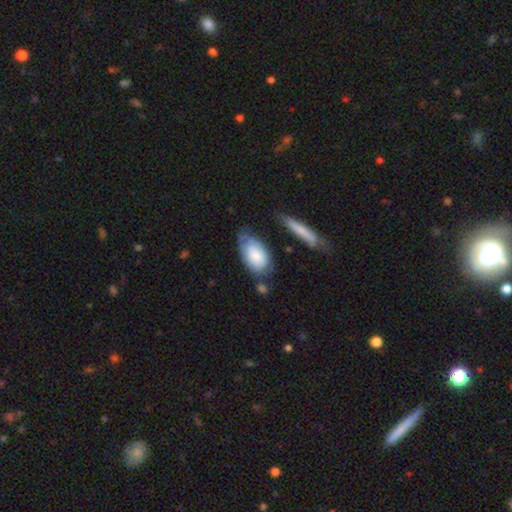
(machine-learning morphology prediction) Smooth or featured? Predicted: smooth (p=0.74). How rounded? Predicted: in between (p=0.93). Merging? Predicted: none (p=0.55).